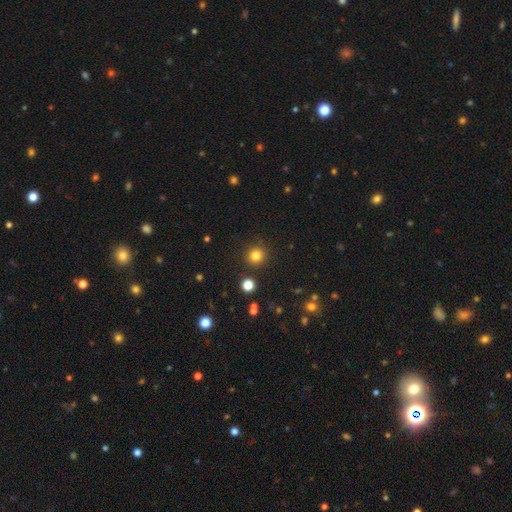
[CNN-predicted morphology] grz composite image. It shows a smooth galaxy with no disk features (82%) that is round (94%). Merging: none (90%).